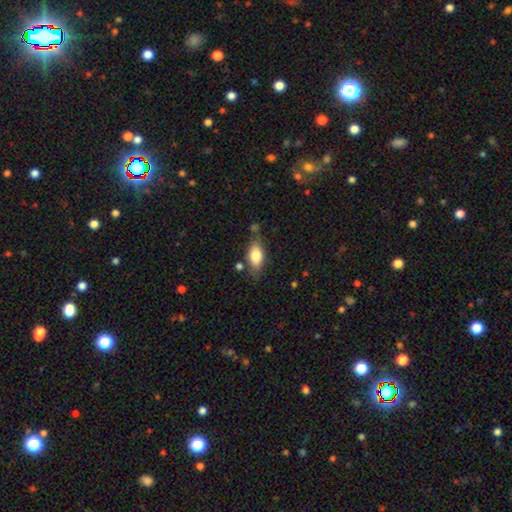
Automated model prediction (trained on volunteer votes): smooth 74%, featured or disk 19%, star or artifact 7%. Down the decision tree: how rounded — in between (83%); merging — none (69%).